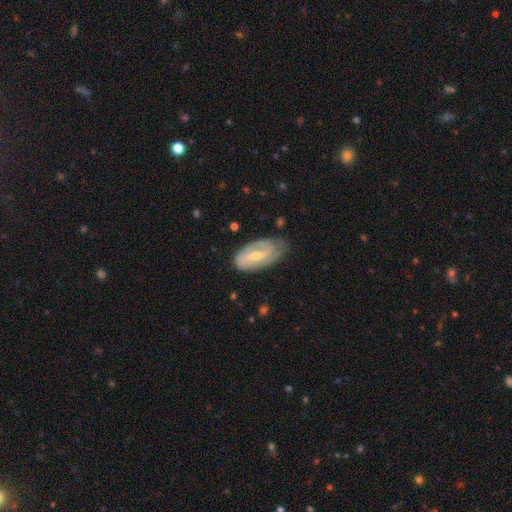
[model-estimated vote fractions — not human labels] Smooth or featured: featured or disk — 75% (smooth — 19%)
Edge-on disk: no — 93% (yes — 7%)
Bar: strong — 43% (weak — 41%)
Spiral arms: yes — 85% (no — 15%)
Spiral winding: tight — 43% (medium — 37%)
Spiral arm count: 2 — 65% (can't tell — 20%)
Bulge size: small — 49% (moderate — 46%)
Merging: none — 69% (minor disturbance — 23%)